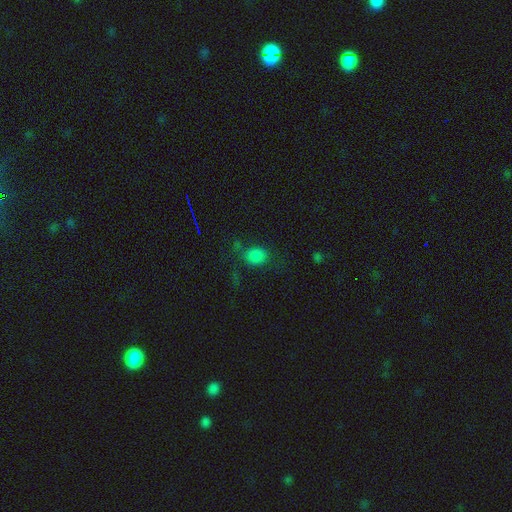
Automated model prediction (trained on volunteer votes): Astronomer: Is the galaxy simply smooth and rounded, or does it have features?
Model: smooth — 78%.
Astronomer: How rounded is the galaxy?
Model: round — 50% (runner-up: in between, 49%).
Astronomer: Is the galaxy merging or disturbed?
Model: none — 64%.